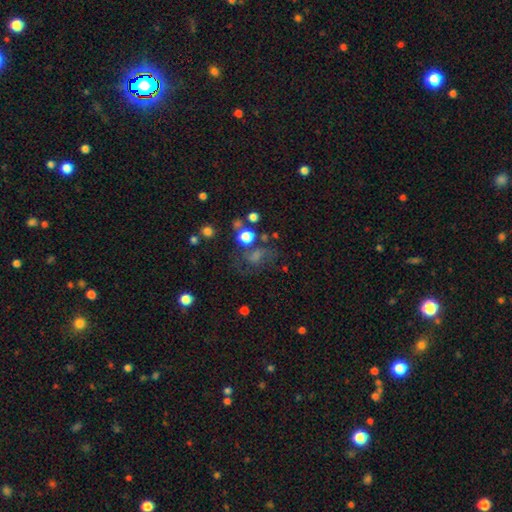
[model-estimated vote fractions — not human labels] Smooth or featured? Predicted: featured or disk (p=0.38). Merging? Predicted: none (p=0.57).